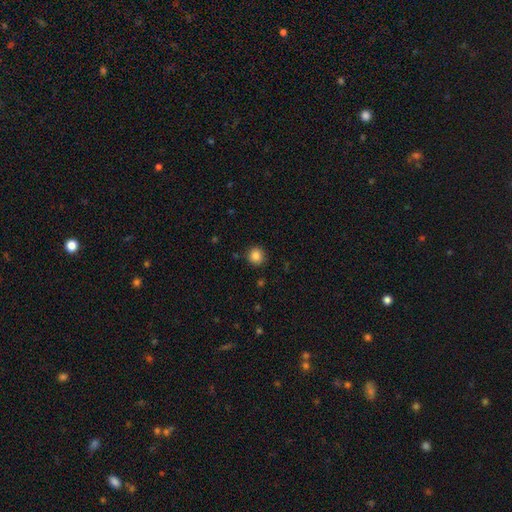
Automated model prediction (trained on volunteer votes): smooth 85%, star or artifact 11%, featured or disk 5%. Down the decision tree: how rounded — round (93%); merging — none (90%).